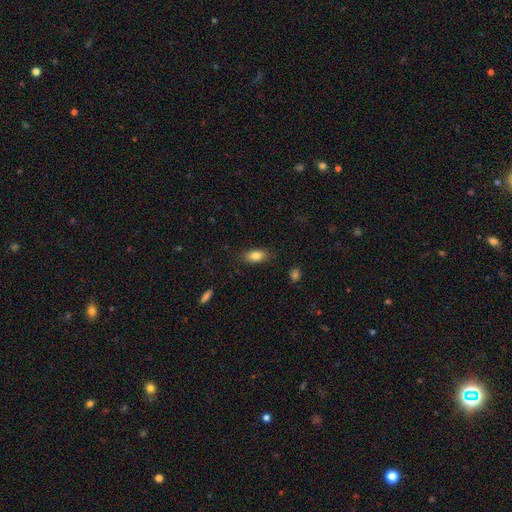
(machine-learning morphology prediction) smooth 82%, featured or disk 10%, star or artifact 8%. Down the decision tree: how rounded — in between (87%); merging — none (84%).